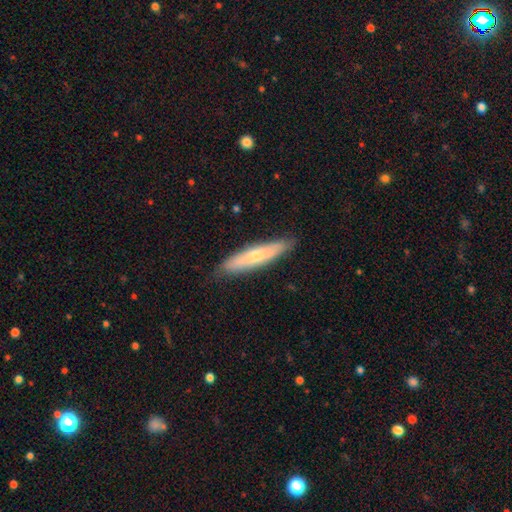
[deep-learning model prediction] Smooth or featured: smooth — 55% (featured or disk — 39%)
How rounded: cigar-shaped — 85% (in between — 13%)
Merging: none — 86% (minor disturbance — 11%)